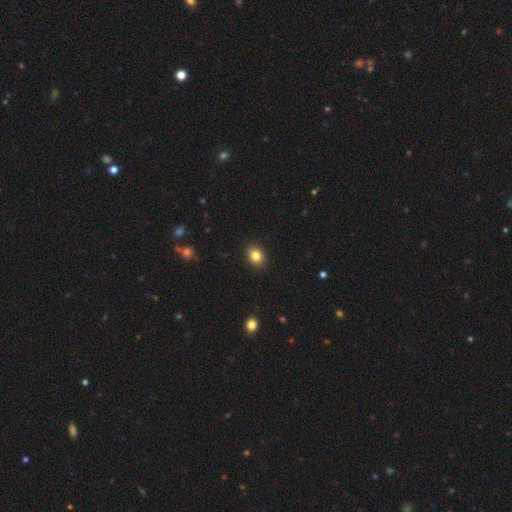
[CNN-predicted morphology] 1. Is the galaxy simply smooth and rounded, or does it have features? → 84% smooth, 10% star or artifact, 6% featured or disk.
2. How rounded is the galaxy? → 59% round, 40% in between, 1% cigar-shaped.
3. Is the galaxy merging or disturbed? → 91% none, 6% minor disturbance, 2% major disturbance, 1% merger.